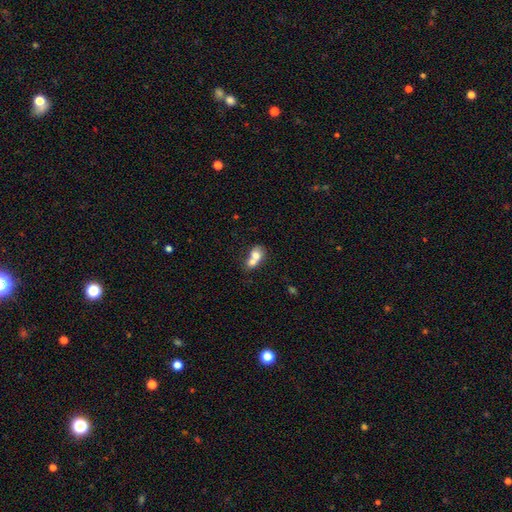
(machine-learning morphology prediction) Smooth or featured: smooth — 69% (featured or disk — 22%)
How rounded: in between — 54% (round — 45%)
Merging: merger — 74% (none — 17%)